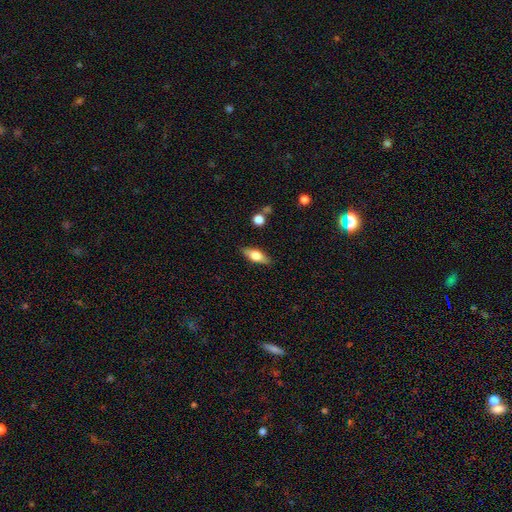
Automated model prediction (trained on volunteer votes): smooth 54%, featured or disk 39%, star or artifact 7%. Down the decision tree: how rounded — in between (66%); merging — none (85%).